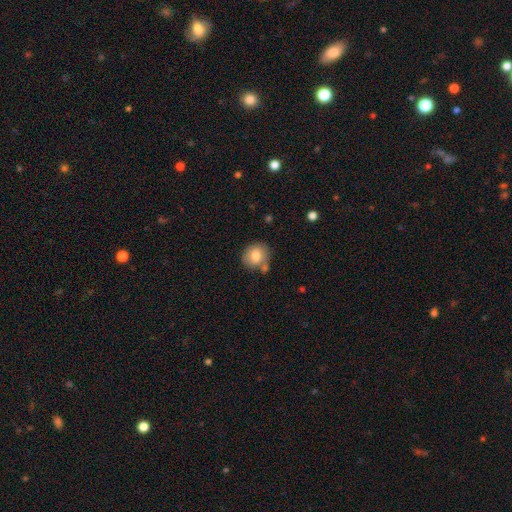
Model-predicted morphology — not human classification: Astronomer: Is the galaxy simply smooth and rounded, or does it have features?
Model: smooth — 78%.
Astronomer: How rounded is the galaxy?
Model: round — 78%.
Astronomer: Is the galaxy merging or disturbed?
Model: none — 69%.